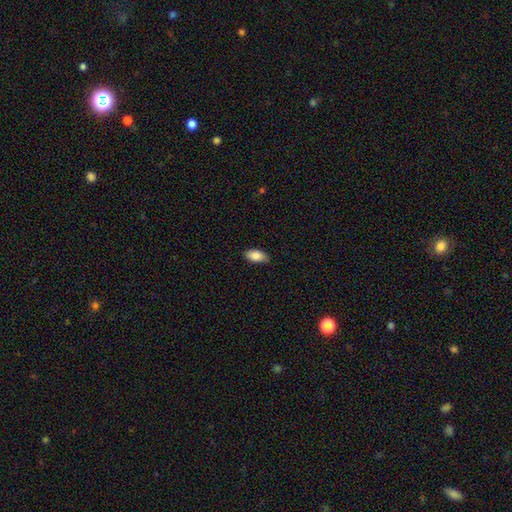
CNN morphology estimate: Smooth or featured? Predicted: smooth (p=0.86). How rounded? Predicted: in between (p=0.93). Merging? Predicted: none (p=0.84).